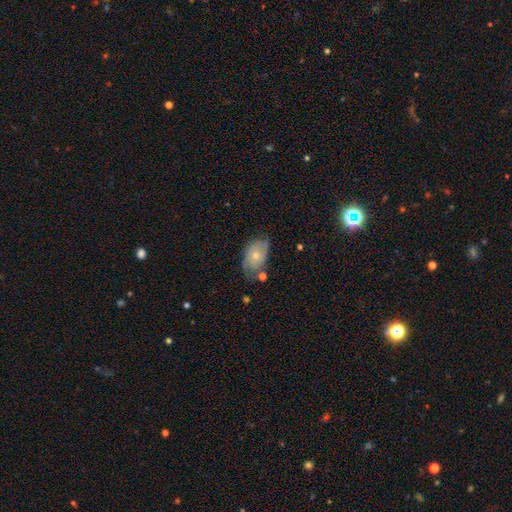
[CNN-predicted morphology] smooth_or_featured: smooth (p=0.54) [alt: featured or disk p=0.39]
how_rounded: in between (p=0.85) [alt: round p=0.13]
merging: none (p=0.53) [alt: minor disturbance p=0.31]